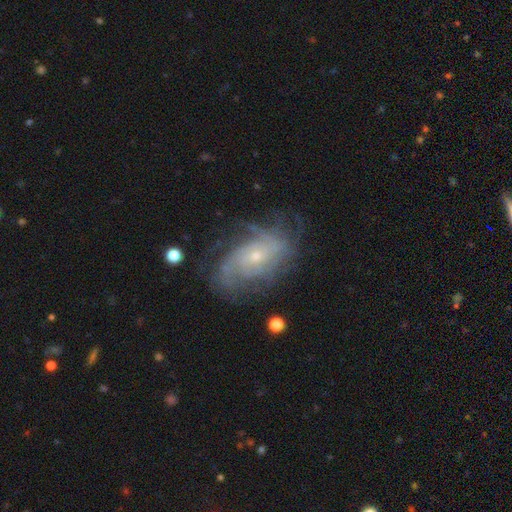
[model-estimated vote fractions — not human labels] smooth_or_featured: featured or disk (p=0.83) [alt: smooth p=0.11]
disk_edge_on: no (p=0.96) [alt: yes p=0.04]
bar: no (p=0.73) [alt: weak p=0.23]
has_spiral_arms: yes (p=0.92) [alt: no p=0.08]
spiral_winding: tight (p=0.55) [alt: medium p=0.33]
spiral_arm_count: can't tell (p=0.42) [alt: 2 p=0.19]
bulge_size: small (p=0.70) [alt: moderate p=0.26]
merging: none (p=0.68) [alt: minor disturbance p=0.20]